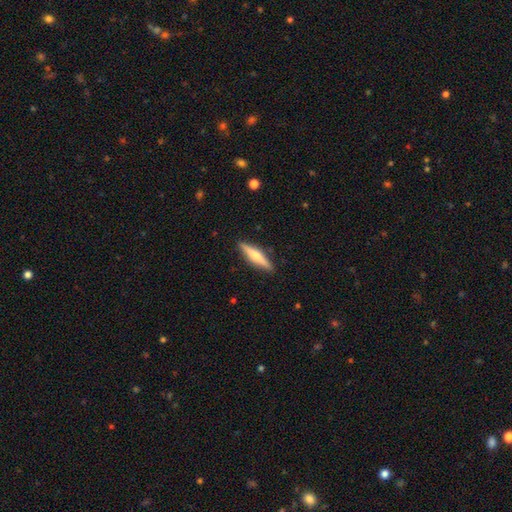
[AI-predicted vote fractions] Morphology: type=featured or disk (48%); merging=none (90%).